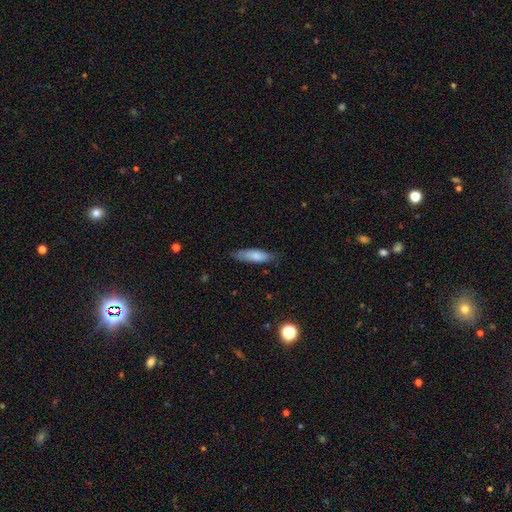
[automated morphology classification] smooth 78%, featured or disk 16%, star or artifact 6%. Down the decision tree: how rounded — cigar-shaped (51%); merging — none (76%).